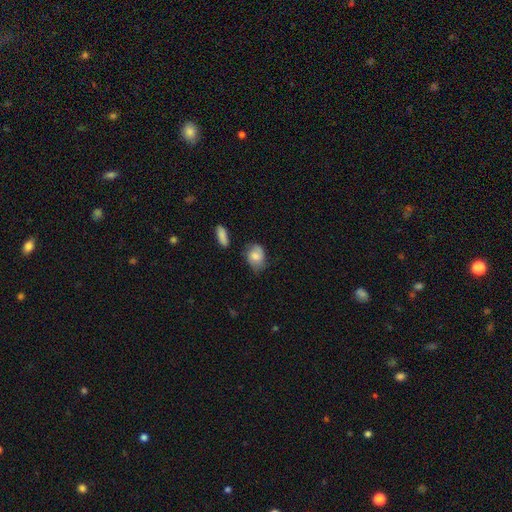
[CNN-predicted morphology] type=smooth (68%); roundness=in between (59%); merging=none (53%).